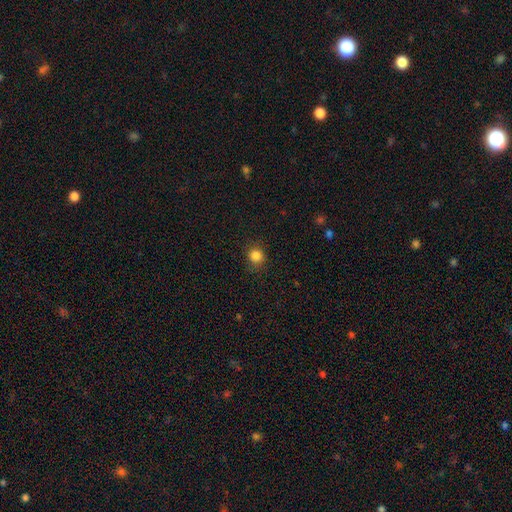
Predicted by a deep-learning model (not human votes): A smooth galaxy with no disk features (85%) that is round (89%). Merging: none (85%).